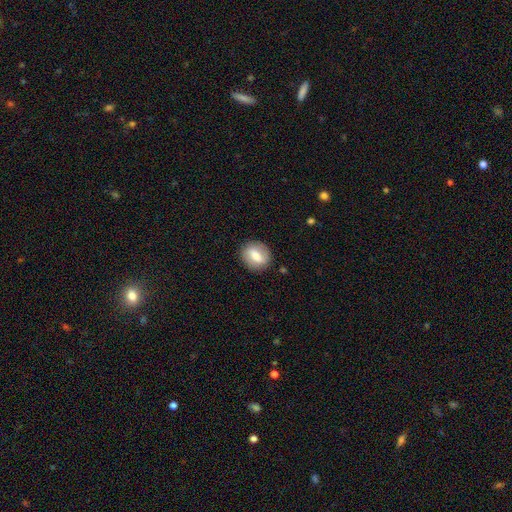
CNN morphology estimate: A smooth galaxy with no disk features (68%) that is round (58%). Merging: none (86%).